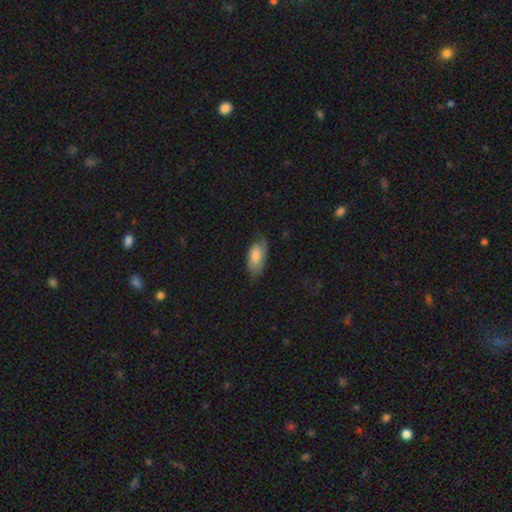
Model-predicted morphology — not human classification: This appears to be a smooth galaxy with no disk features (64%) that is in between round and cigar-shaped (91%). Merging: none (62%).